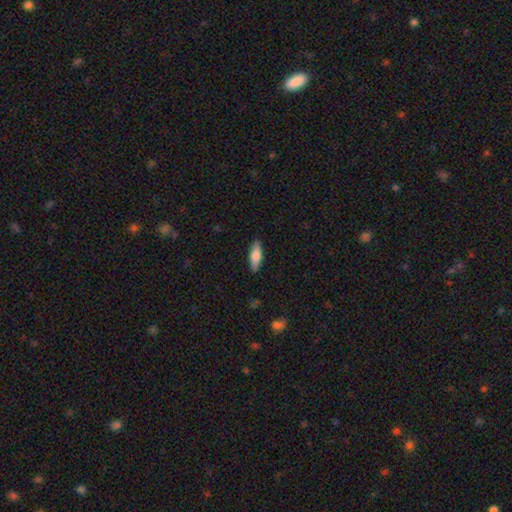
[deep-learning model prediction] smooth_or_featured: smooth (p=0.71) [alt: featured or disk p=0.23]
how_rounded: in between (p=0.55) [alt: cigar-shaped p=0.43]
merging: none (p=0.88) [alt: minor disturbance p=0.09]